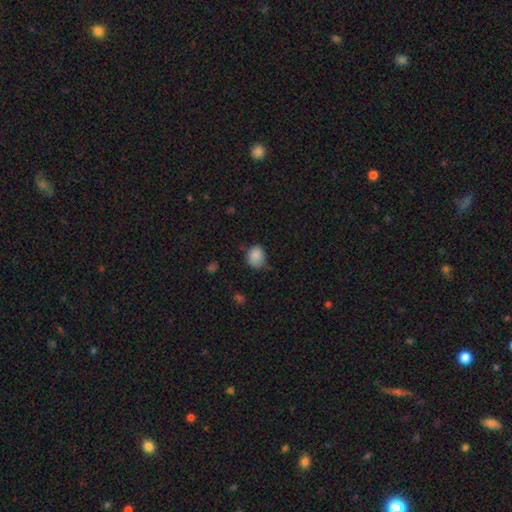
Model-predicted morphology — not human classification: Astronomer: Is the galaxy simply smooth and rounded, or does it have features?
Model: smooth — 85%.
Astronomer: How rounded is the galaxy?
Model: round — 57% (runner-up: in between, 43%).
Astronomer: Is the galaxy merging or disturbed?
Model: none — 53% (runner-up: minor disturbance, 36%).